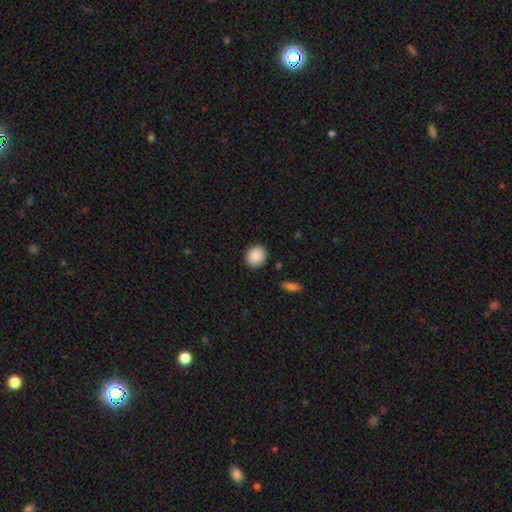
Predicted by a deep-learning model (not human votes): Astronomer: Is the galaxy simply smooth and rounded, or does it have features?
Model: smooth — 89%.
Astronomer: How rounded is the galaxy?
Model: round — 74%.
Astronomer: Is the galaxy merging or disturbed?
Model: none — 90%.